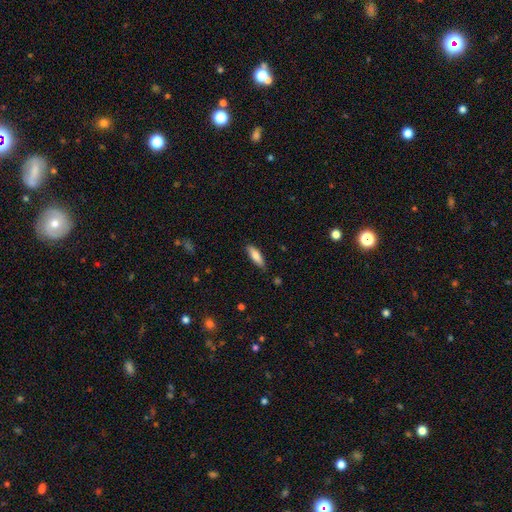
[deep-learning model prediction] Smooth or featured? smooth (81%)
How rounded? cigar-shaped (49%, tied with in between)
Merging? none (82%)